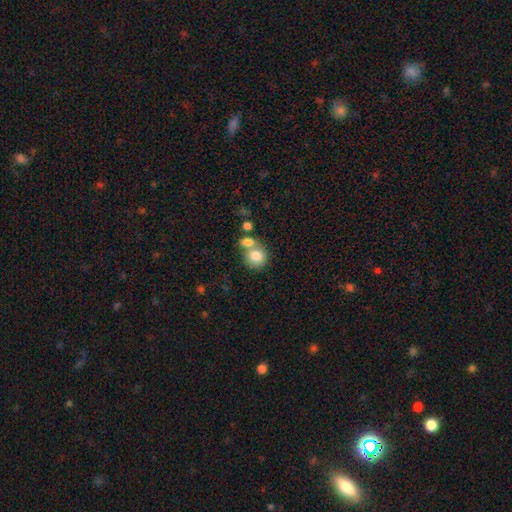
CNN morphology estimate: Overall: smooth (80%). How rounded: round (74%). Merging: merger (45%; none 42%).